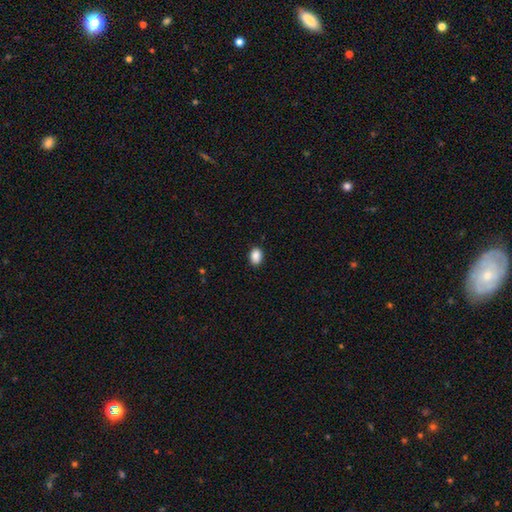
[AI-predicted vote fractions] The model was most divided on "how rounded": in between: 78%, round: 21%, cigar-shaped: 1%. More confident: merging — none (89%); smooth or featured — smooth (89%).